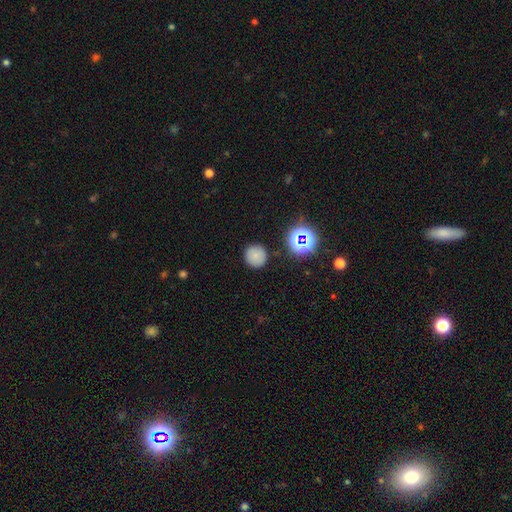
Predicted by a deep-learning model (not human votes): This is likely a smooth galaxy (74%). How rounded: clearly round (94%). Merging: clearly none (87%).